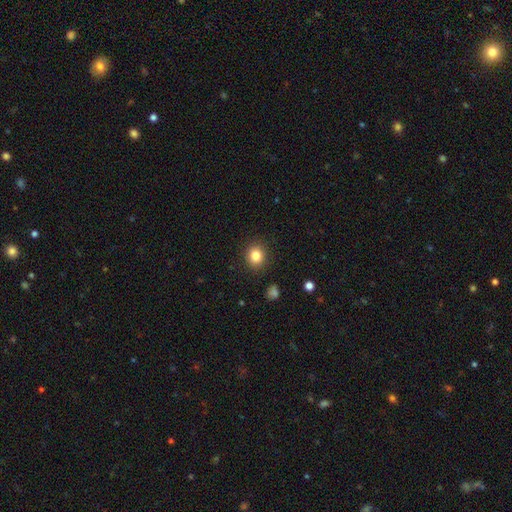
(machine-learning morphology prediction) type=smooth (84%); roundness=round (76%); merging=none (89%).